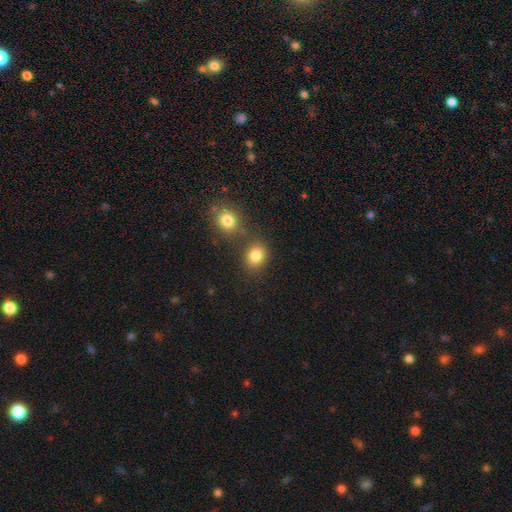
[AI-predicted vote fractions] Smooth or featured: smooth — 83% (star or artifact — 12%)
How rounded: round — 62% (in between — 37%)
Merging: none — 68% (merger — 18%)